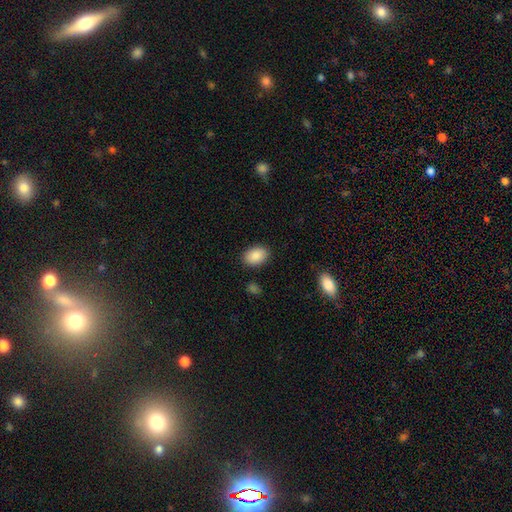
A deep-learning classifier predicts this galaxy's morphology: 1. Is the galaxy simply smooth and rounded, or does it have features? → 88% smooth, 7% star or artifact, 5% featured or disk.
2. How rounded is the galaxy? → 86% in between, 13% round, 1% cigar-shaped.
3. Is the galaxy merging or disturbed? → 88% none, 9% minor disturbance, 2% major disturbance, 2% merger.